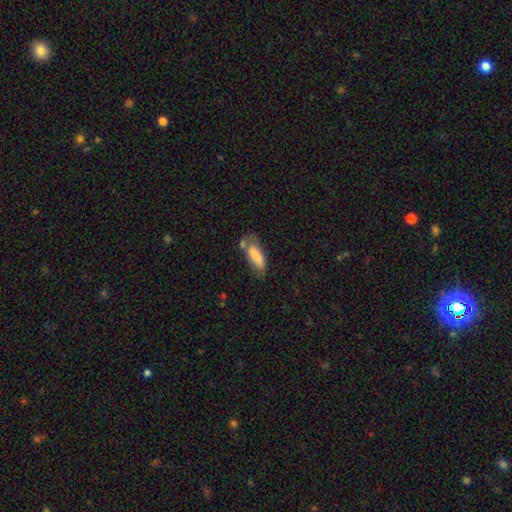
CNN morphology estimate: Overall: smooth (79%). How rounded: in between (73%). Merging: none (41%; minor disturbance 26%).